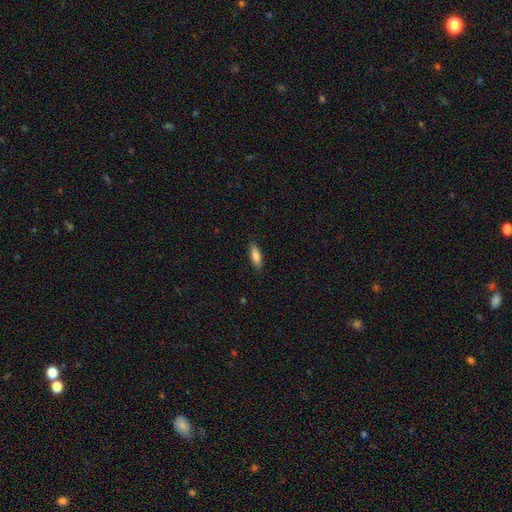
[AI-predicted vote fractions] Smooth or featured?
  - smooth: 83% *
  - featured or disk: 11%
  - star or artifact: 6%
How rounded?
  - in between: 63% *
  - cigar-shaped: 35%
  - round: 2%
Merging?
  - none: 88% *
  - minor disturbance: 9%
  - major disturbance: 2%
  - merger: 1%